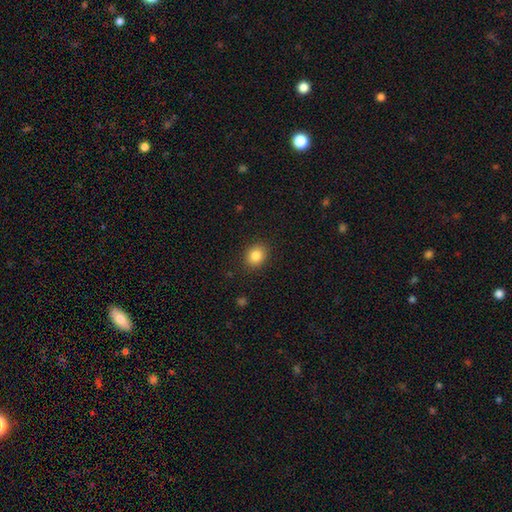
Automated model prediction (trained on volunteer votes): The model was most divided on "how rounded": round: 63%, in between: 36%, cigar-shaped: 1%. More confident: merging — none (89%); smooth or featured — smooth (84%).